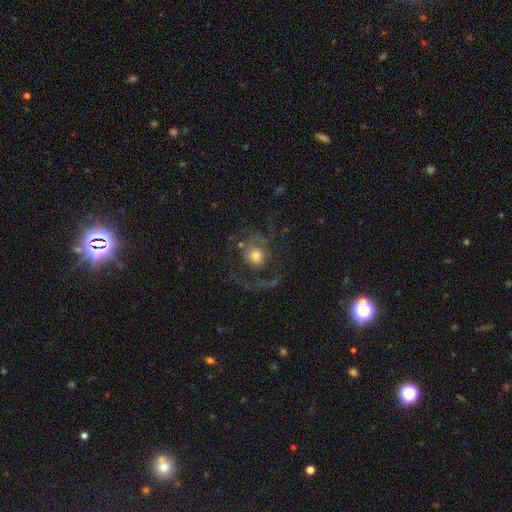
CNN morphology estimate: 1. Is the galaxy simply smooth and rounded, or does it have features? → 60% featured or disk, 30% smooth, 10% star or artifact.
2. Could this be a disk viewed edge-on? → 97% no, 3% yes.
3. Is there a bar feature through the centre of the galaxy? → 80% no, 16% weak, 4% strong.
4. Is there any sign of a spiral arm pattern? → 73% yes, 27% no.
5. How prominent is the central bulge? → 58% moderate, 20% small, 17% large, 3% dominant, 2% none.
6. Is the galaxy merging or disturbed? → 45% none, 38% major disturbance, 14% minor disturbance, 3% merger.